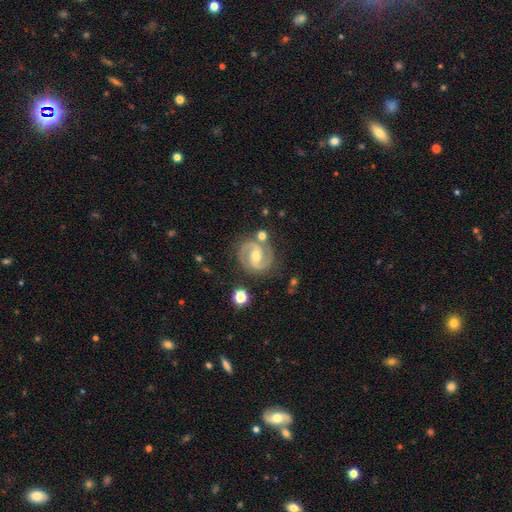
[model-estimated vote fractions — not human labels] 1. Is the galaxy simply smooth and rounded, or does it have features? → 89% featured or disk, 6% smooth, 5% star or artifact.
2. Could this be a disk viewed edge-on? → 98% no, 2% yes.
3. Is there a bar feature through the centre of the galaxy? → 41% weak, 33% strong, 26% no.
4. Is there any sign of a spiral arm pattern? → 98% yes, 2% no.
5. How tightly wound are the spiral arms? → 54% medium, 38% tight, 8% loose.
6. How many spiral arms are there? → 93% 2, 2% can't tell, 2% 3, 1% 1, 1% 4, 1% more than 4.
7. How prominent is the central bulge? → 59% moderate, 37% small, 2% large, 1% none, 1% dominant.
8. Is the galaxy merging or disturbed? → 82% none, 11% minor disturbance, 4% merger, 3% major disturbance.